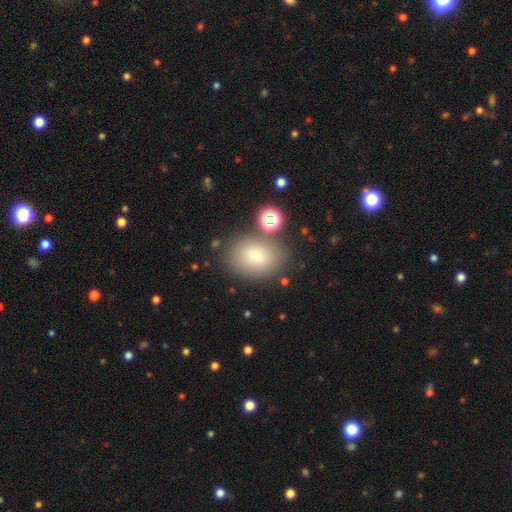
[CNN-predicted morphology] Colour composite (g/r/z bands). It shows a smooth galaxy with no disk features (79%) that is in between round and cigar-shaped (75%). Merging: none (75%).